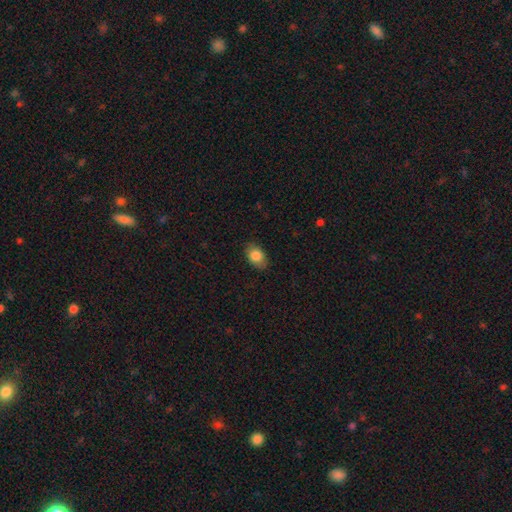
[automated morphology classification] A smooth galaxy with no disk features (84%) that is in between round and cigar-shaped (83%).

Vote fractions:
- Smooth or featured? smooth: 84% / featured or disk: 9% / star or artifact: 8%
- How rounded? in between: 83% / round: 16% / cigar-shaped: 1%
- Merging? none: 83% / minor disturbance: 13% / major disturbance: 3% / merger: 1%